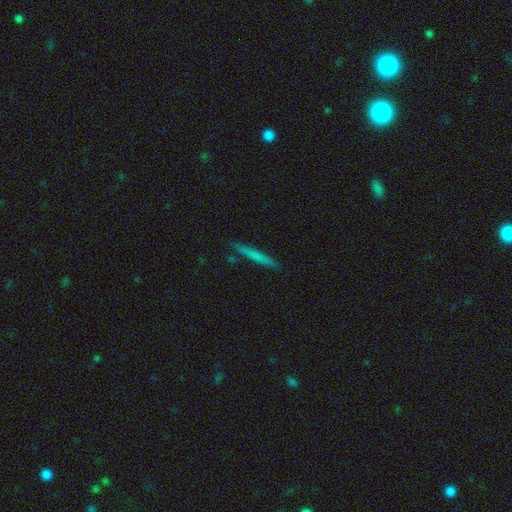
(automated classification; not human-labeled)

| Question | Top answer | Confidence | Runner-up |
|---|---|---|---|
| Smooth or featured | smooth | 63% | featured or disk (31%) |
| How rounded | cigar-shaped | 96% | in between (3%) |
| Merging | none | 89% | minor disturbance (7%) |